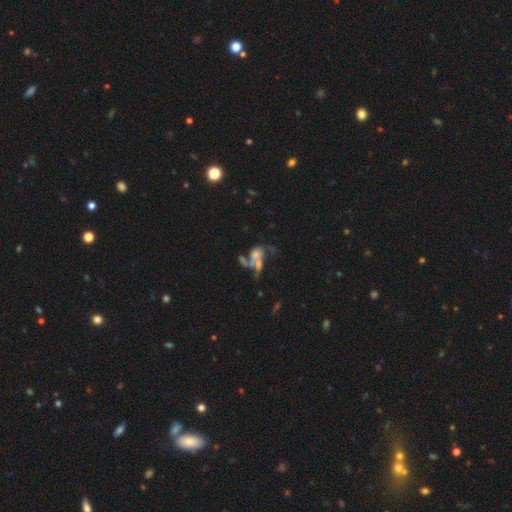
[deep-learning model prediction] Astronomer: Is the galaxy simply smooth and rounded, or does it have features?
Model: featured or disk — 48% (runner-up: smooth, 34%).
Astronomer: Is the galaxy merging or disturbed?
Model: merger — 49% (runner-up: major disturbance, 25%).